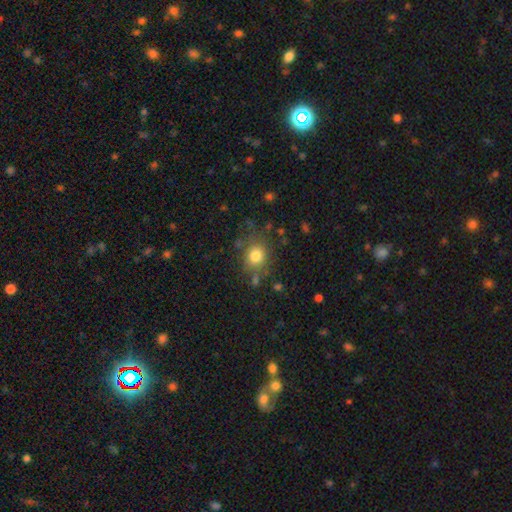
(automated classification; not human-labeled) Overall: smooth (79%). How rounded: round (71%). Merging: none (75%).